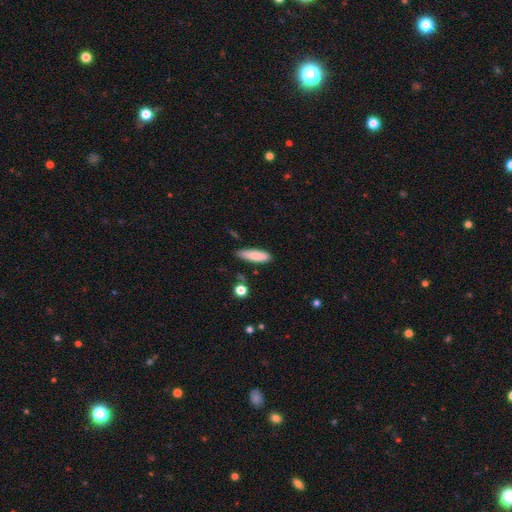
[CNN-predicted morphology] Smooth or featured? smooth (85%)
How rounded? cigar-shaped (53%)
Merging? none (76%)